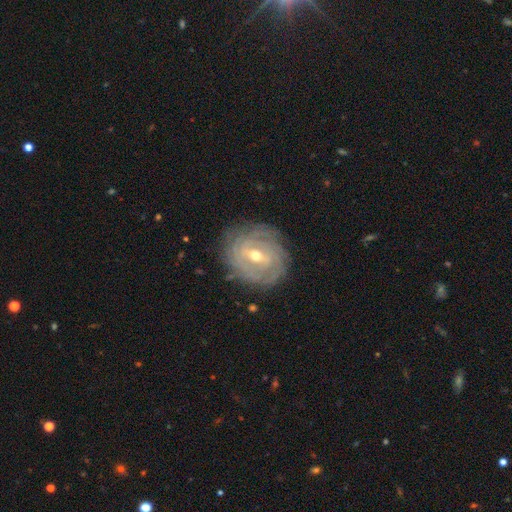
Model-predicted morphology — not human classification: Smooth or featured: featured or disk — 87% (smooth — 8%)
Edge-on disk: no — 96% (yes — 4%)
Bar: weak — 53% (strong — 27%)
Spiral arms: yes — 94% (no — 6%)
Spiral winding: tight — 82% (medium — 15%)
Spiral arm count: can't tell — 40% (4 — 17%)
Bulge size: moderate — 58% (small — 39%)
Merging: none — 81% (minor disturbance — 13%)